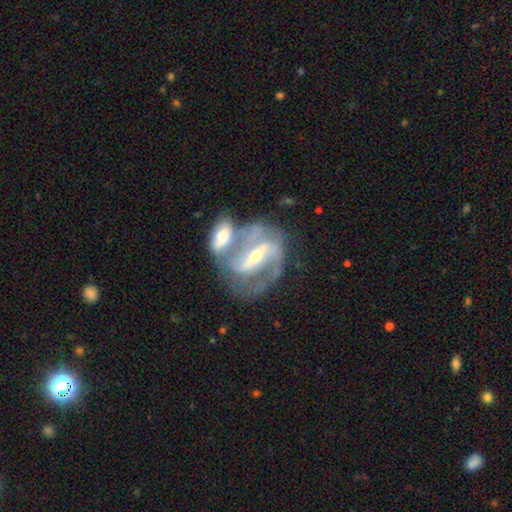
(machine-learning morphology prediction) smooth-or-featured: featured or disk: 89% | smooth: 6% | star or artifact: 5%
  disk-edge-on: no: 95% | yes: 5%
    bar: strong: 65% | weak: 24% | no: 10%
    has-spiral-arms: yes: 93% | no: 7%
      spiral-winding: medium: 50% | loose: 26% | tight: 25%
      spiral-arm-count: 2: 82% | can't tell: 7% | 3: 5% | 1: 3% | 4: 2% | more than 4: 1%
    bulge-size: small: 53% | moderate: 43% | large: 2% | none: 1% | dominant: 1%
  merging: merger: 42% | none: 35% | minor disturbance: 13% | major disturbance: 10%